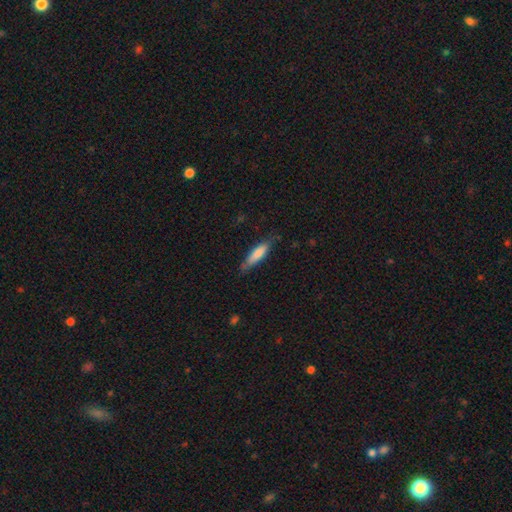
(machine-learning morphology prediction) Smooth or featured? smooth (71%)
How rounded? cigar-shaped (74%)
Merging? none (74%)